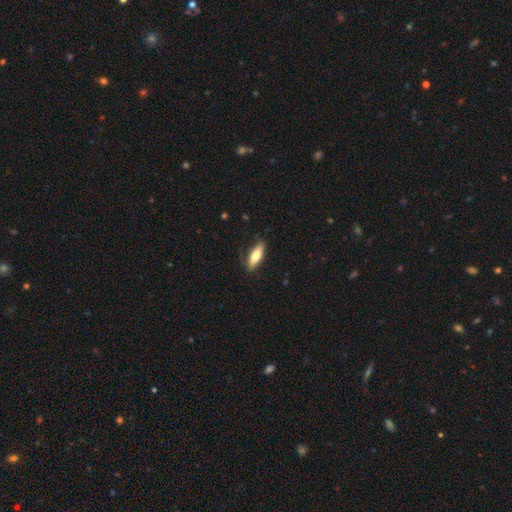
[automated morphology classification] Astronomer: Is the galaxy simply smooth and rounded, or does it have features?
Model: smooth — 70%.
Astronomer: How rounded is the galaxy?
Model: in between — 49%, tied with cigar-shaped at 49%.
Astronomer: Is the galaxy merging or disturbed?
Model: none — 78%.